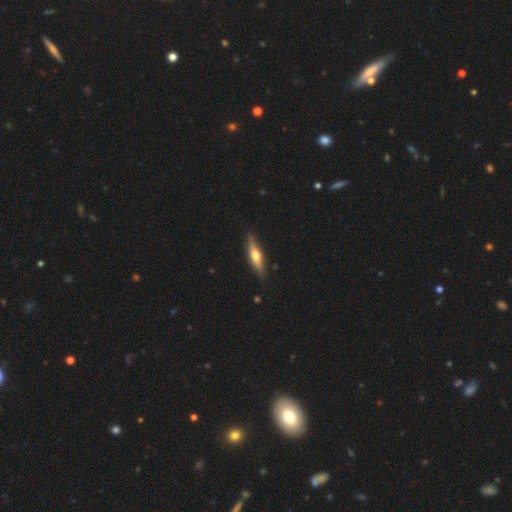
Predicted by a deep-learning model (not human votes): smooth-or-featured: featured or disk: 52% | smooth: 42% | star or artifact: 5%
  disk-edge-on: yes: 91% | no: 9%
  merging: none: 86% | minor disturbance: 11% | major disturbance: 2% | merger: 1%